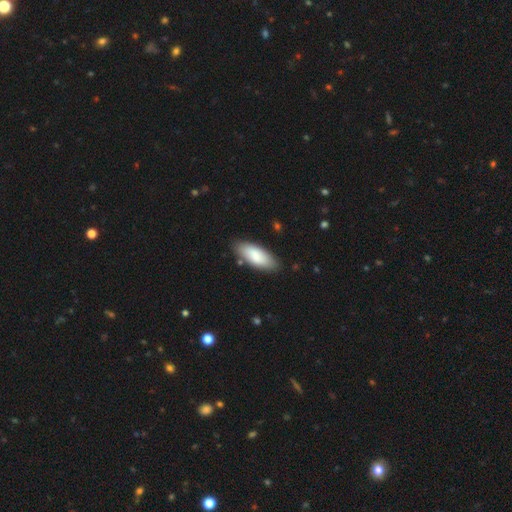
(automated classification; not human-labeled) This appears to be a smooth galaxy with no disk features (83%) that is in between round and cigar-shaped (77%). Merging: none (84%).